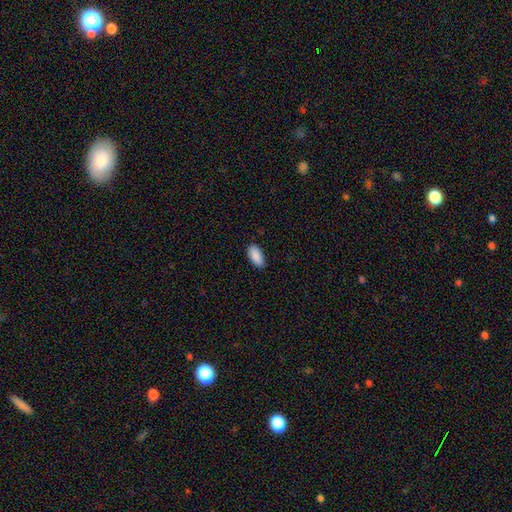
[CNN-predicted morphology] Smooth or featured: smooth — 91% (star or artifact — 6%)
How rounded: in between — 91% (cigar-shaped — 7%)
Merging: none — 87% (minor disturbance — 10%)